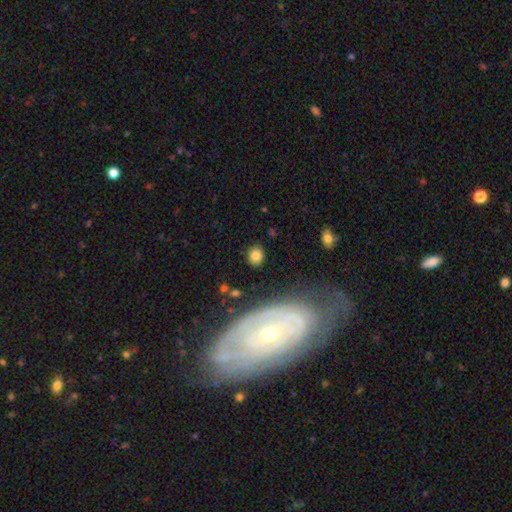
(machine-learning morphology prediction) A smooth galaxy with no disk features (80%) that is round (70%). Merging: none (84%).